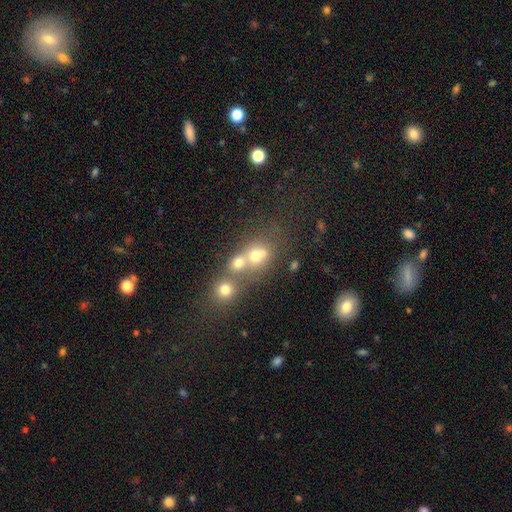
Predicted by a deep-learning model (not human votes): Smooth or featured: smooth — 63% (featured or disk — 19%)
How rounded: round — 67% (in between — 32%)
Merging: merger — 55% (none — 32%)